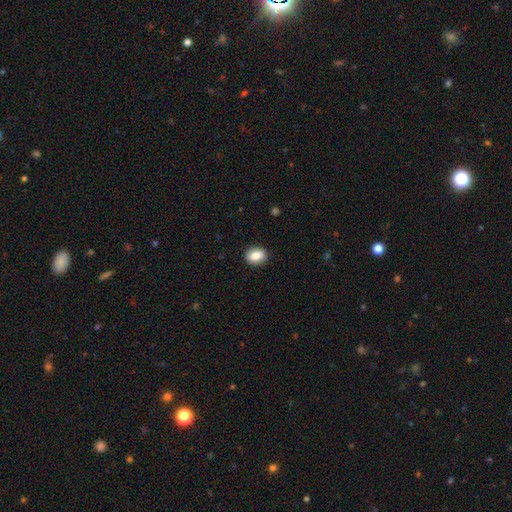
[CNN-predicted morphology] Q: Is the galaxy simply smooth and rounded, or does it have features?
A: smooth — 83%.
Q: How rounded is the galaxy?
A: in between — 57%.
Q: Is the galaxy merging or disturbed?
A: none — 89%.